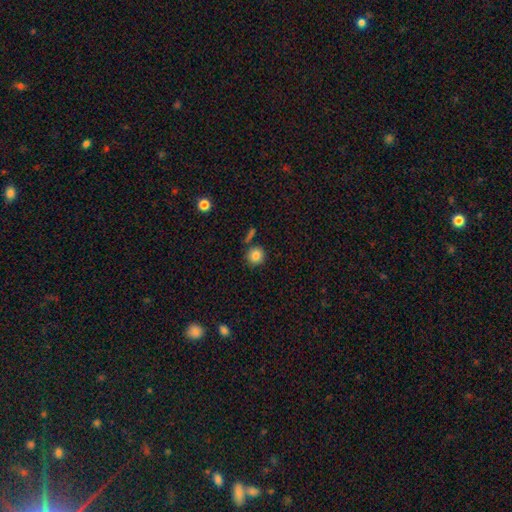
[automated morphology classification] Smooth or featured? Predicted: smooth (p=0.83). How rounded? Predicted: round (p=0.91). Merging? Predicted: none (p=0.78).